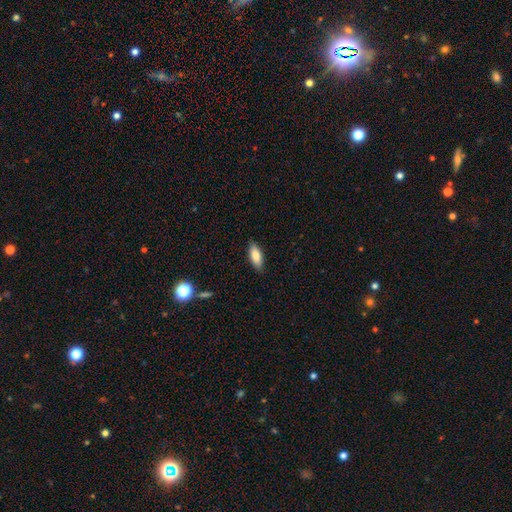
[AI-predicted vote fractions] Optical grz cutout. It shows a smooth galaxy with no disk features (81%) that is in between round and cigar-shaped (68%). Merging: none (87%).